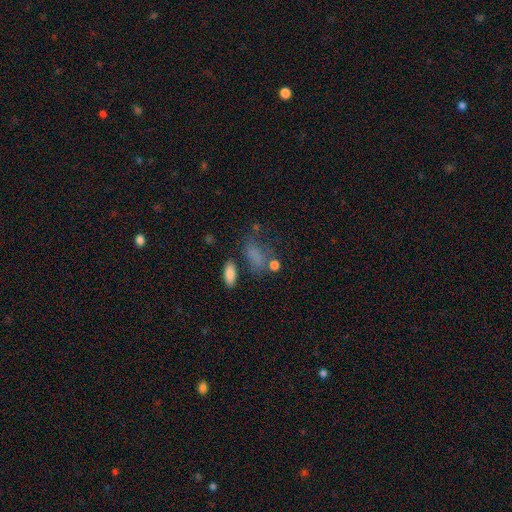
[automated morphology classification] type=smooth (68%); roundness=in between (72%); merging=none (45%).